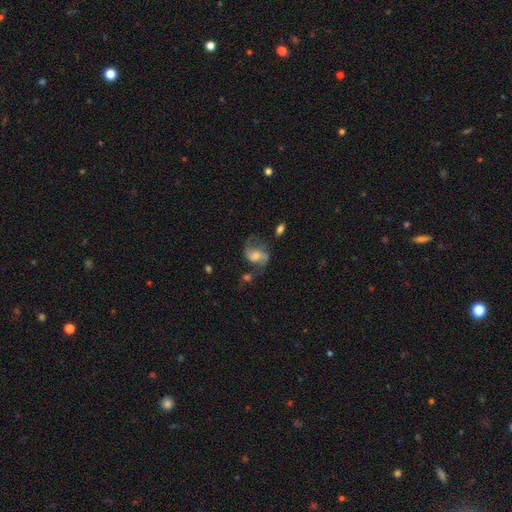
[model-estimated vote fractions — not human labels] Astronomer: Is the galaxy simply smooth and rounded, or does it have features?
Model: featured or disk — 76%.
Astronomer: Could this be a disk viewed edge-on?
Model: no — 97%.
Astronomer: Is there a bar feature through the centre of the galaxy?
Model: weak — 42% (runner-up: no, 41%).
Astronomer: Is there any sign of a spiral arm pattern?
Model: yes — 92%.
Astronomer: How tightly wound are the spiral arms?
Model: loose — 54% (runner-up: medium, 37%).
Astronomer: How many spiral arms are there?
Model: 2 — 88%.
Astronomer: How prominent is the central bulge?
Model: moderate — 47% (runner-up: small, 36%).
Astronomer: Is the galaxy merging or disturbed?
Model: none — 56%.